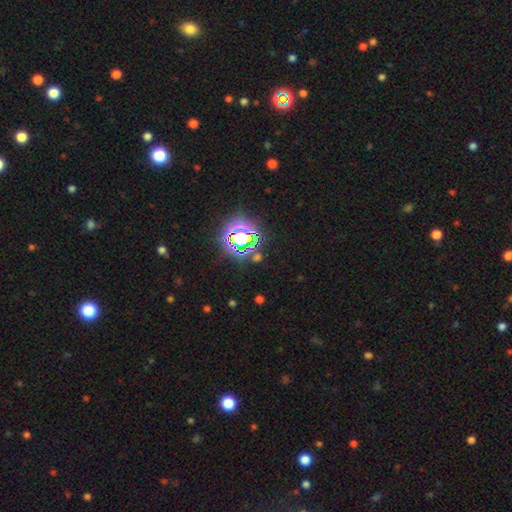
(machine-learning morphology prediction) Overall: star or artifact (75%).